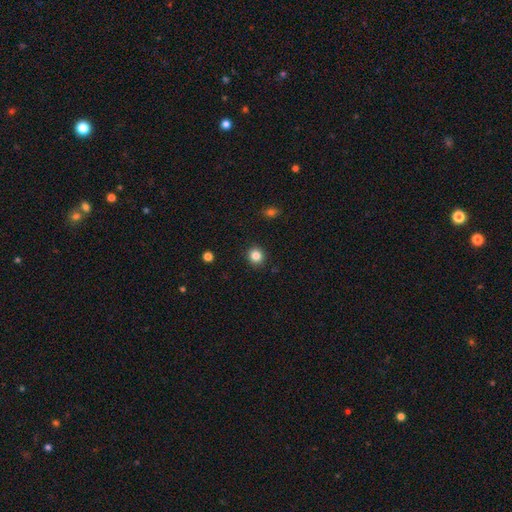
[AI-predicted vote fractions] This appears to be a smooth galaxy with no disk features (85%) that is round (86%). Merging: none (92%).